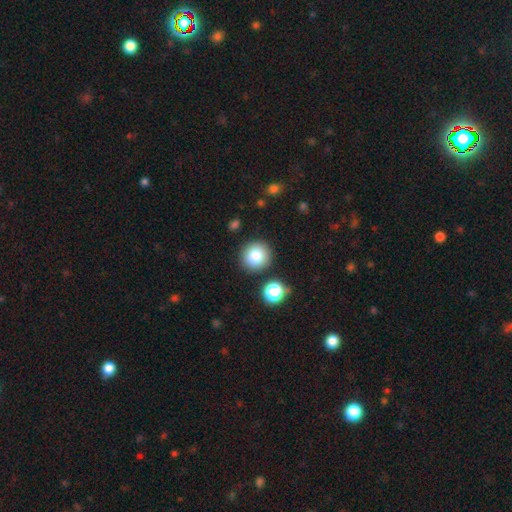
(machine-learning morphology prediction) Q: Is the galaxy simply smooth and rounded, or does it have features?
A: smooth — 81%.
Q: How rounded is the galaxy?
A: round — 92%.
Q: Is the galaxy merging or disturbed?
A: none — 87%.